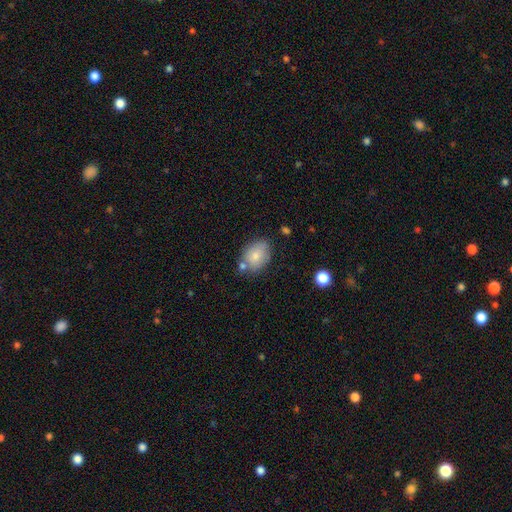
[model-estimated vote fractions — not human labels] smooth-or-featured: smooth: 77% | featured or disk: 15% | star or artifact: 8%
  how-rounded: in between: 72% | round: 27% | cigar-shaped: 1%
  merging: none: 63% | minor disturbance: 21% | merger: 12% | major disturbance: 5%